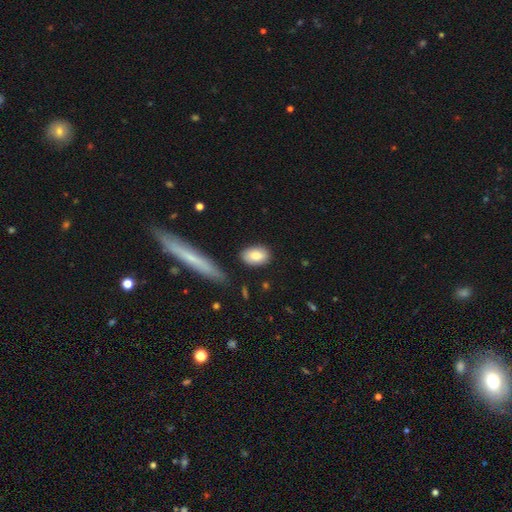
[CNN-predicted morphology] A smooth galaxy with no disk features (84%) that is in between round and cigar-shaped (85%).

Vote fractions:
- Smooth or featured? smooth: 84% / featured or disk: 10% / star or artifact: 6%
- How rounded? in between: 85% / round: 12% / cigar-shaped: 3%
- Merging? none: 82% / minor disturbance: 12% / merger: 3% / major disturbance: 3%